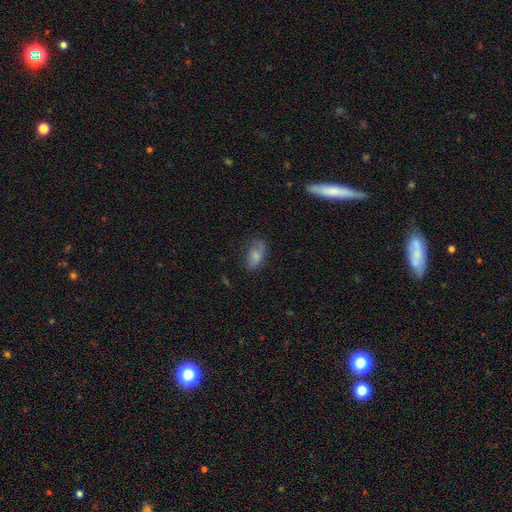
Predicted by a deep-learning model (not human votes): This is likely a smooth galaxy (74%). How rounded: clearly in between (91%). Merging: likely none (61%).